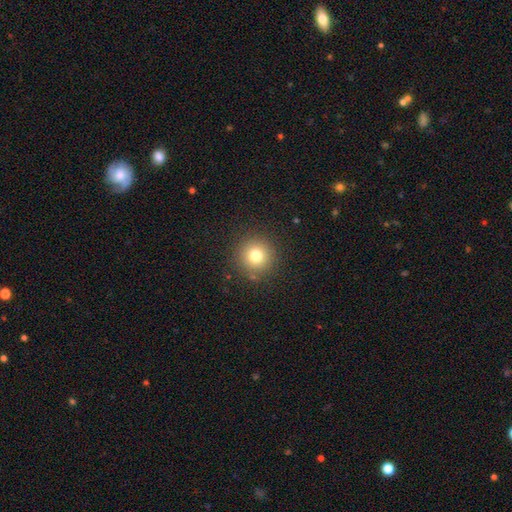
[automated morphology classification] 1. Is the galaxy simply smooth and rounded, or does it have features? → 77% smooth, 14% star or artifact, 9% featured or disk.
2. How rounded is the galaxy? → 95% round, 4% in between, 1% cigar-shaped.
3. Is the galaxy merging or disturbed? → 88% none, 7% minor disturbance, 3% major disturbance, 2% merger.